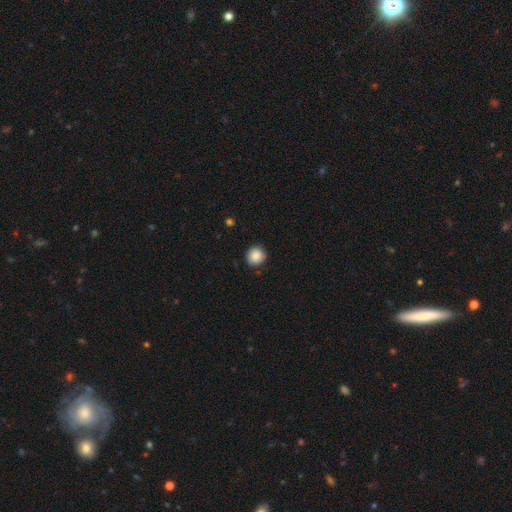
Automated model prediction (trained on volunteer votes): Morphology: type=smooth (86%); roundness=round (91%); merging=none (88%).